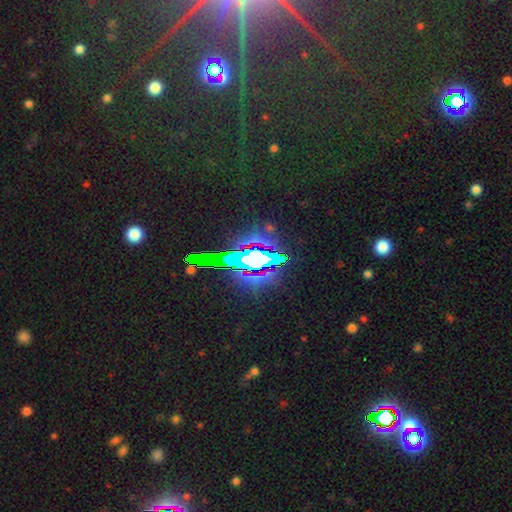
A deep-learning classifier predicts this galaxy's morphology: star or artifact 77%, smooth 11%, featured or disk 11%.